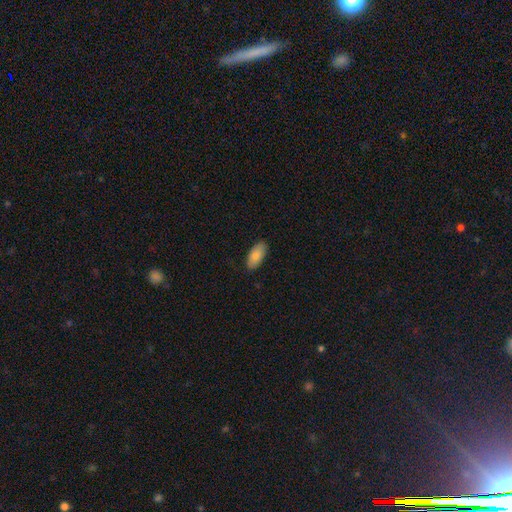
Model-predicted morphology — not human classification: smooth-or-featured: smooth: 83% | featured or disk: 11% | star or artifact: 6%
  how-rounded: in between: 92% | cigar-shaped: 5% | round: 2%
  merging: none: 87% | minor disturbance: 10% | major disturbance: 2% | merger: 1%